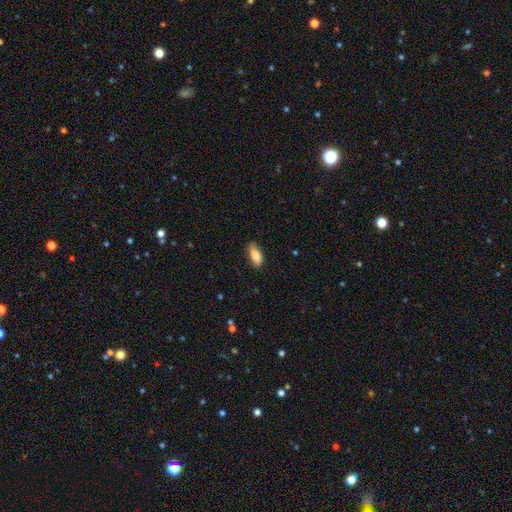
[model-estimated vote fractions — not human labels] This appears to be a smooth galaxy with no disk features (86%) that is in between round and cigar-shaped (86%). Merging: none (77%).